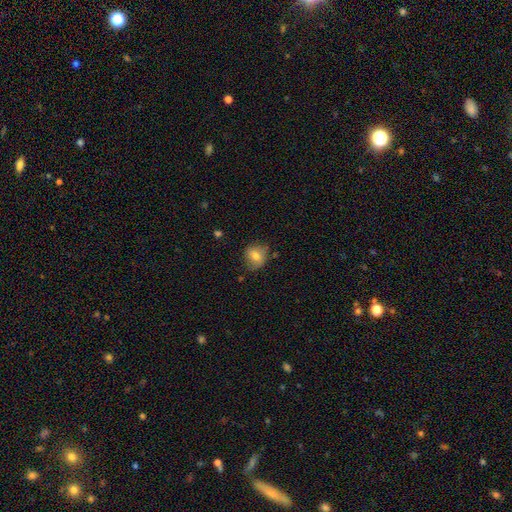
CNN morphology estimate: Overall: smooth (70%). How rounded: round (65%; in between 34%). Merging: none (65%; minor disturbance 26%).